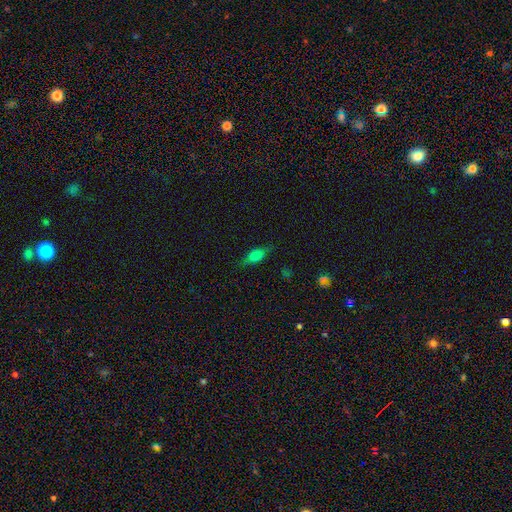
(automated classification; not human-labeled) A smooth galaxy with no disk features (69%) that is in between round and cigar-shaped (74%). Merging: none (71%).